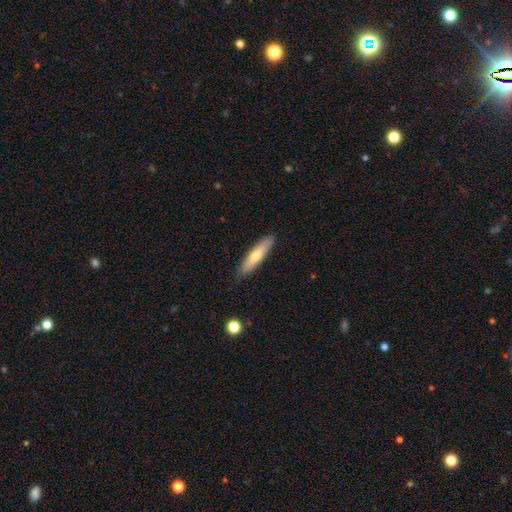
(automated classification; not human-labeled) A smooth galaxy with no disk features (64%) that is cigar-shaped (80%). Merging: none (87%).